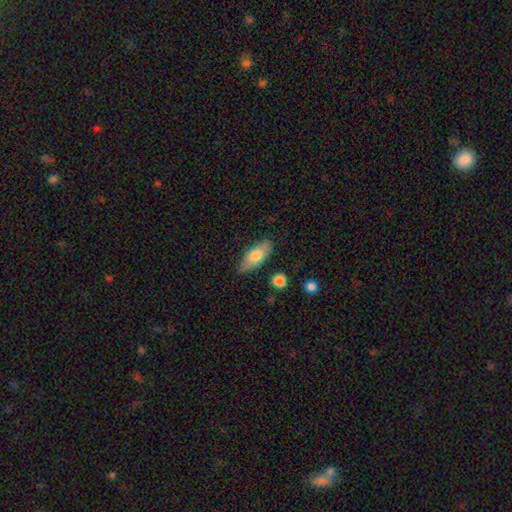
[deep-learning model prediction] Smooth or featured? Predicted: smooth (p=0.72). How rounded? Predicted: in between (p=0.79). Merging? Predicted: none (p=0.80).